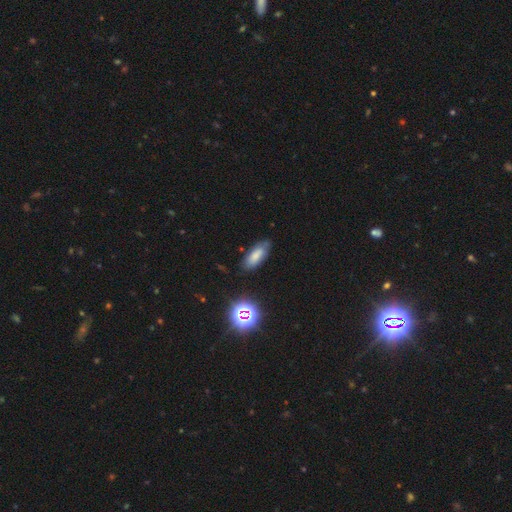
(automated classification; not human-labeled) smooth-or-featured: smooth: 71% | featured or disk: 15% | star or artifact: 14%
  how-rounded: in between: 79% | cigar-shaped: 18% | round: 3%
  merging: none: 76% | minor disturbance: 18% | major disturbance: 4% | merger: 2%